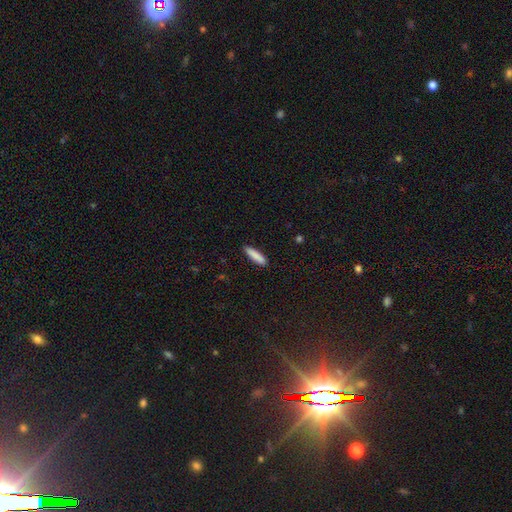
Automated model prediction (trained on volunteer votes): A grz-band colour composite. It shows a smooth galaxy with no disk features (87%) that is cigar-shaped (79%). Merging: none (89%).